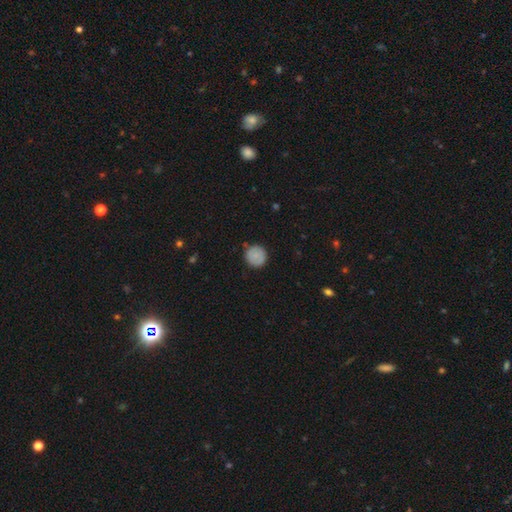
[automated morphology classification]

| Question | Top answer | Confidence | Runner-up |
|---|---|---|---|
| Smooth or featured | smooth | 80% | featured or disk (13%) |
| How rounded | round | 93% | in between (6%) |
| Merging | none | 84% | minor disturbance (12%) |